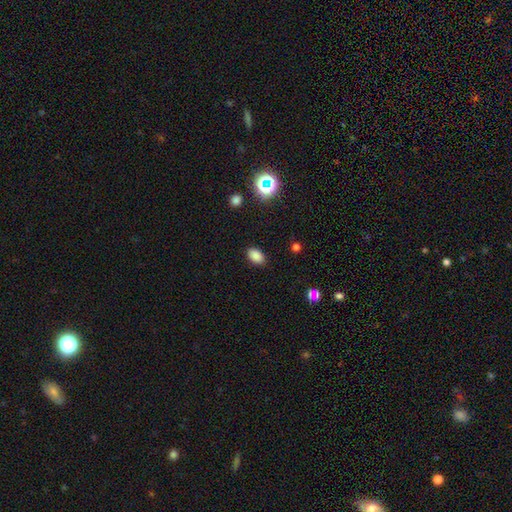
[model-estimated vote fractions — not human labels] Smooth or featured: smooth — 84% (star or artifact — 12%)
How rounded: in between — 88% (round — 10%)
Merging: none — 87% (minor disturbance — 9%)